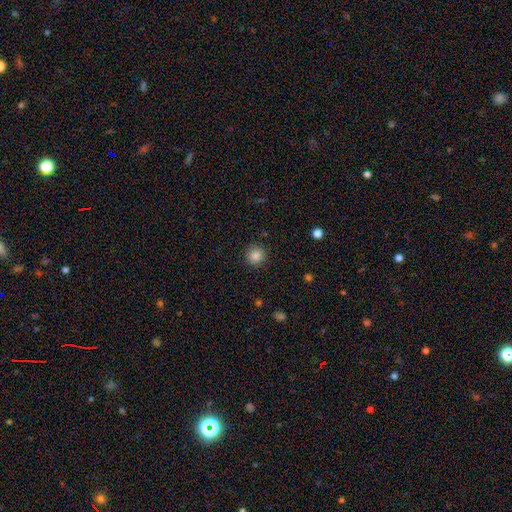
Smooth or featured: smooth — 85% (featured or disk — 10%)
How rounded: round — 94% (in between — 6%)
Merging: none — 84% (minor disturbance — 8%)